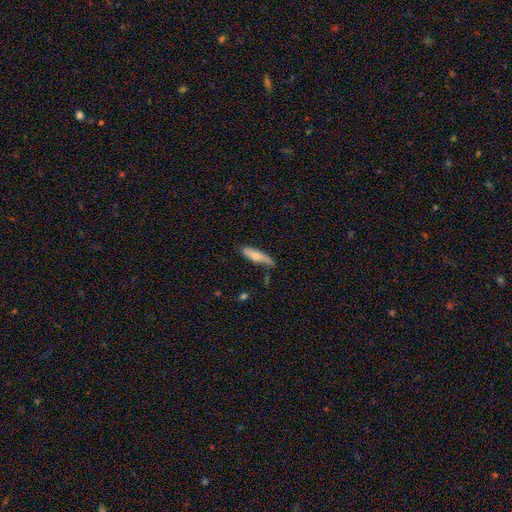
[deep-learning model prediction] Smooth or featured?
  - smooth: 75% *
  - featured or disk: 19%
  - star or artifact: 6%
How rounded?
  - cigar-shaped: 73% *
  - in between: 25%
  - round: 2%
Merging?
  - none: 66% *
  - minor disturbance: 25%
  - major disturbance: 5%
  - merger: 4%